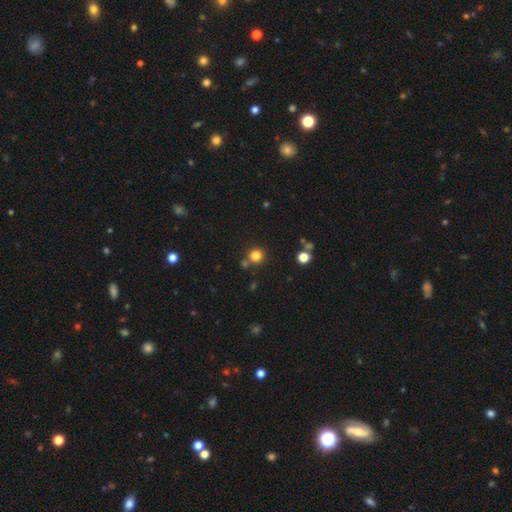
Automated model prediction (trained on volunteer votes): The model was most divided on "smooth or featured": smooth: 80%, star or artifact: 15%, featured or disk: 5%. More confident: how rounded — round (92%); merging — none (78%).